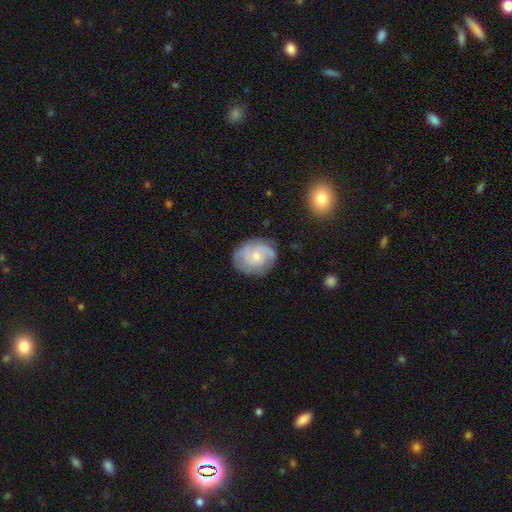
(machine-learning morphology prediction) Q: Smooth or featured?
A: featured or disk (72%); runner-up: smooth (22%)
Q: Edge-on disk?
A: no (98%); runner-up: yes (2%)
Q: Bar?
A: no (73%); runner-up: weak (24%)
Q: Spiral arms?
A: yes (92%); runner-up: no (8%)
Q: Spiral winding?
A: tight (45%); runner-up: medium (40%)
Q: Spiral arm count?
A: 2 (32%); runner-up: 3 (26%)
Q: Bulge size?
A: small (66%); runner-up: moderate (29%)
Q: Merging?
A: none (73%); runner-up: minor disturbance (19%)